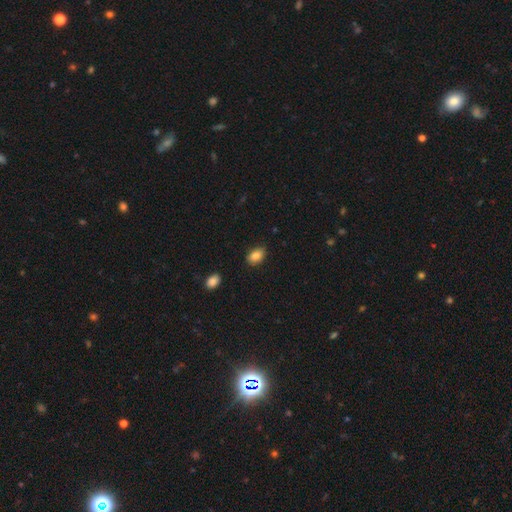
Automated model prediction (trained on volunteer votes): Overall: smooth (87%). How rounded: in between (85%). Merging: none (84%).